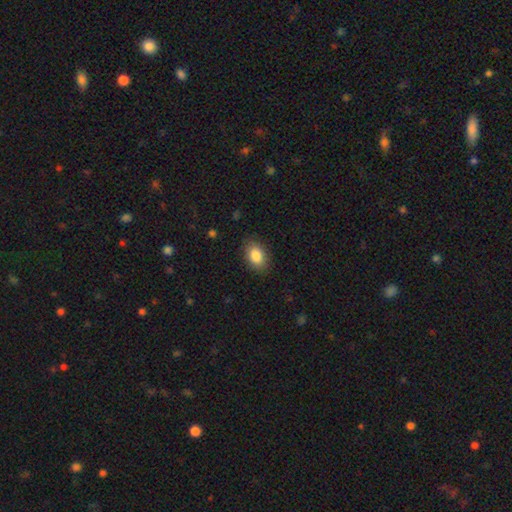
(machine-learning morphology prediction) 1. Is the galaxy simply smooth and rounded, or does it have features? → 86% smooth, 8% star or artifact, 6% featured or disk.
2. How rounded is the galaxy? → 85% in between, 13% round, 1% cigar-shaped.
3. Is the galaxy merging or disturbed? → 86% none, 10% minor disturbance, 3% major disturbance, 1% merger.